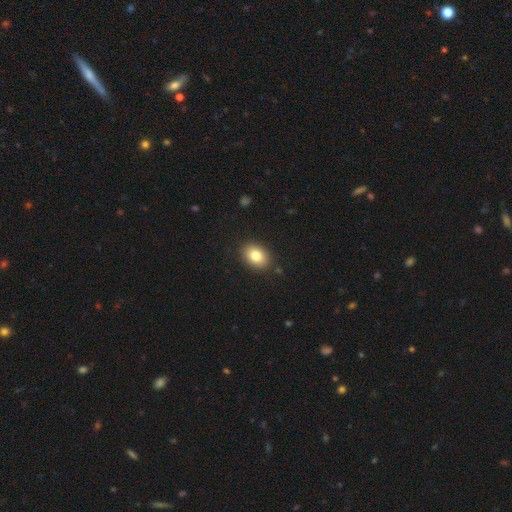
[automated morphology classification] smooth 82%, featured or disk 9%, star or artifact 9%. Down the decision tree: how rounded — in between (73%); merging — none (88%).